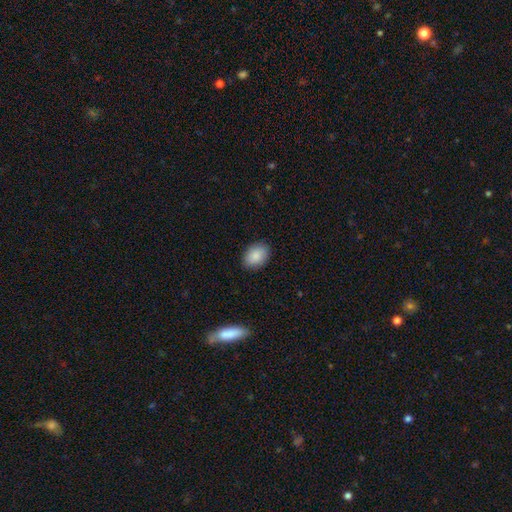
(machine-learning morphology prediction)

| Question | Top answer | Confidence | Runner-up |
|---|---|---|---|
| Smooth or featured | smooth | 89% | star or artifact (7%) |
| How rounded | in between | 83% | round (16%) |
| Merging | none | 87% | minor disturbance (9%) |